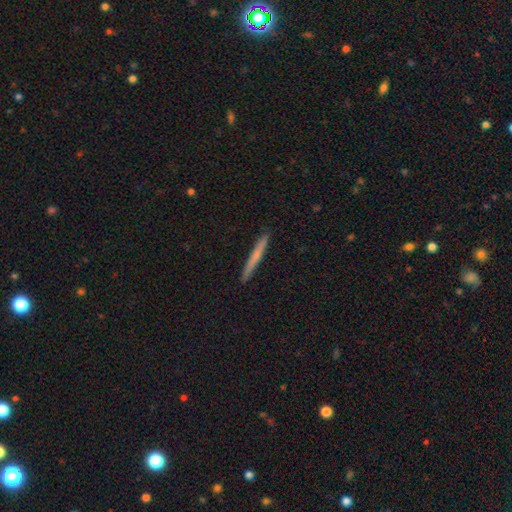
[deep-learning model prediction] Smooth or featured? smooth (59%)
How rounded? cigar-shaped (97%)
Merging? none (92%)